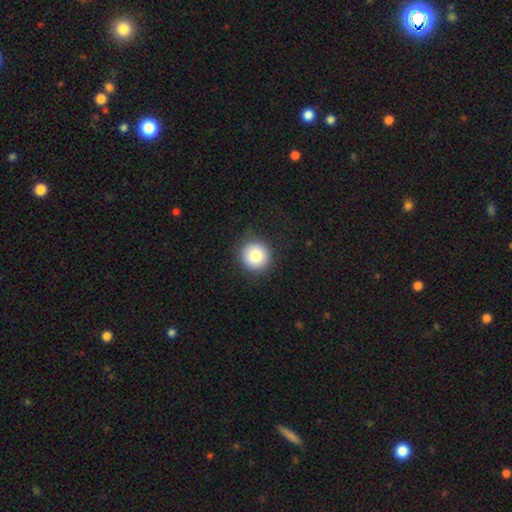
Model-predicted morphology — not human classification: Overall: smooth (81%). How rounded: round (94%). Merging: none (89%).